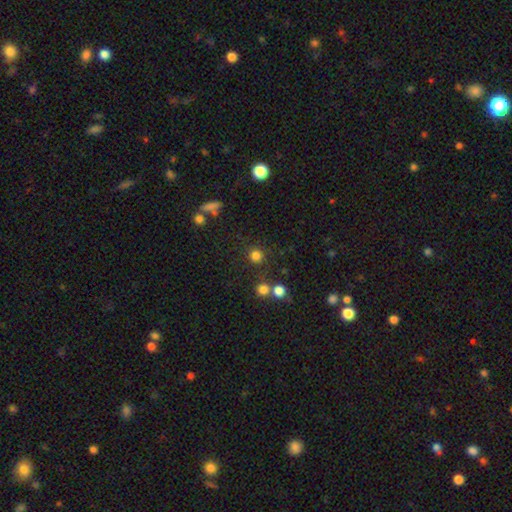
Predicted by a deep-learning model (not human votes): A smooth galaxy with no disk features (78%) that is round (93%). Merging: none (80%).